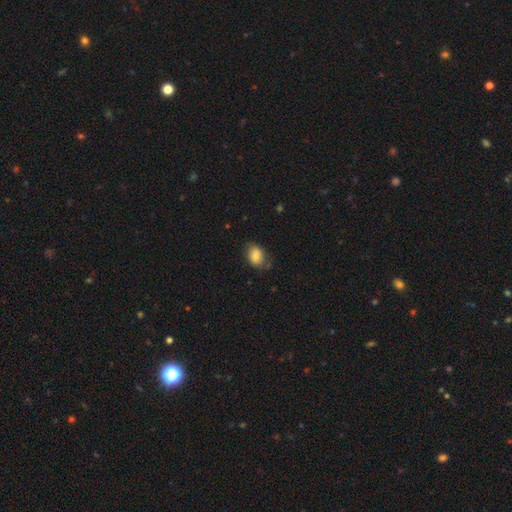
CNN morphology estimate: Smooth or featured? Predicted: smooth (p=0.81). How rounded? Predicted: in between (p=0.77). Merging? Predicted: none (p=0.62).